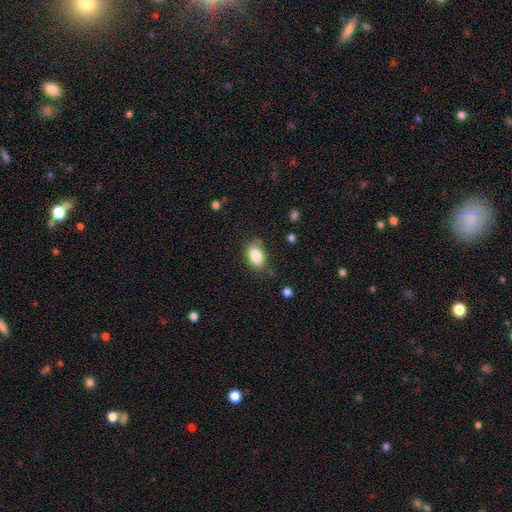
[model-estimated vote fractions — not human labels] This appears to be a smooth galaxy with no disk features (84%) that is in between round and cigar-shaped (87%). Merging: none (75%).